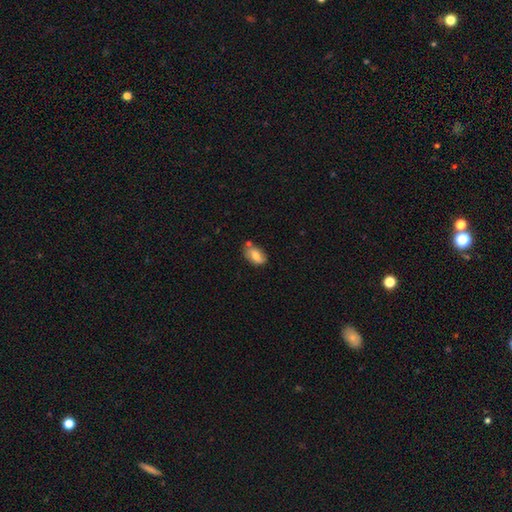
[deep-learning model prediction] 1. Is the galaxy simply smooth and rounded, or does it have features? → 64% smooth, 29% featured or disk, 8% star or artifact.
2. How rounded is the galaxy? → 90% in between, 7% round, 3% cigar-shaped.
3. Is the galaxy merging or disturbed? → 60% none, 23% minor disturbance, 12% merger, 5% major disturbance.